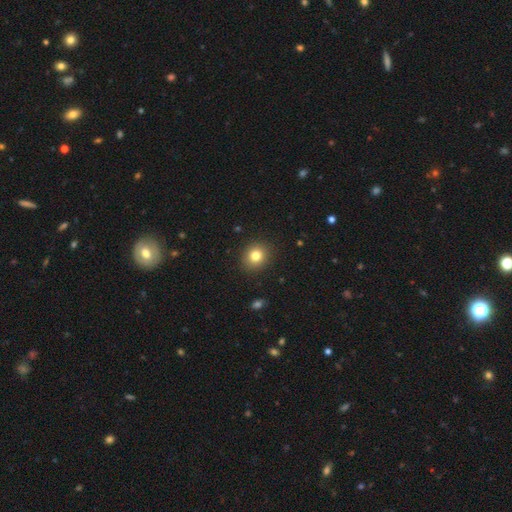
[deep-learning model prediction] Smooth or featured?
  - smooth: 80% *
  - star or artifact: 12%
  - featured or disk: 8%
How rounded?
  - round: 77% *
  - in between: 22%
  - cigar-shaped: 1%
Merging?
  - none: 90% *
  - minor disturbance: 7%
  - major disturbance: 2%
  - merger: 1%